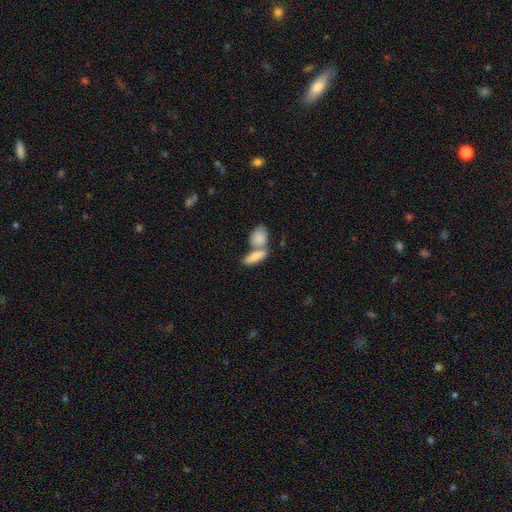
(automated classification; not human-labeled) This is clearly a smooth galaxy (82%). How rounded: likely in between (76%). Merging: possibly merger (55%).